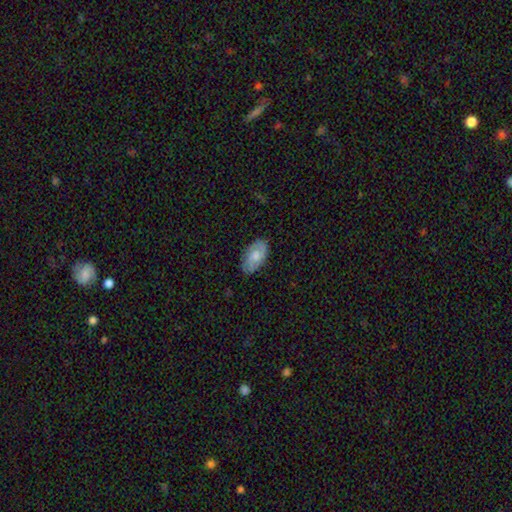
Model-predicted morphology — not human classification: Smooth or featured? Predicted: smooth (p=0.53). How rounded? Predicted: in between (p=0.94). Merging? Predicted: none (p=0.79).